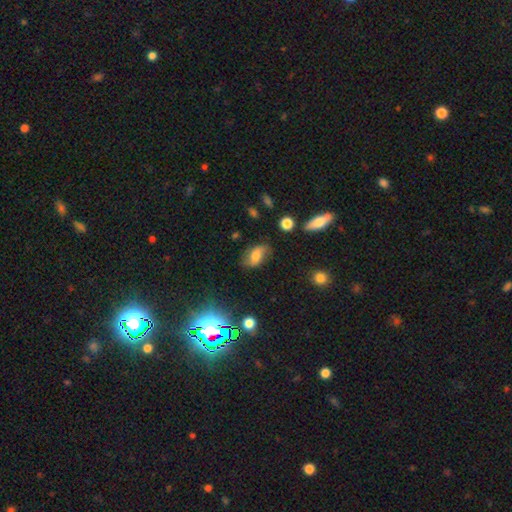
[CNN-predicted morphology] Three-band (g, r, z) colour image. It shows a smooth galaxy with no disk features (57%) that is in between round and cigar-shaped (87%). Merging: none (65%).